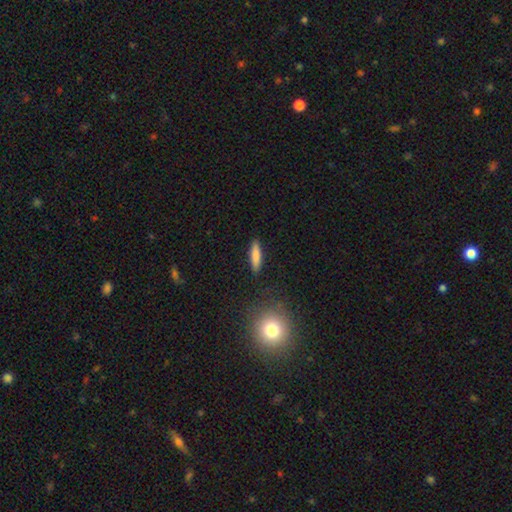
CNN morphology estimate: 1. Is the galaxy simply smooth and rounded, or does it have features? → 81% smooth, 12% featured or disk, 7% star or artifact.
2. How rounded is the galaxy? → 74% cigar-shaped, 24% in between, 2% round.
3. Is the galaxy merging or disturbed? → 89% none, 8% minor disturbance, 2% major disturbance, 2% merger.